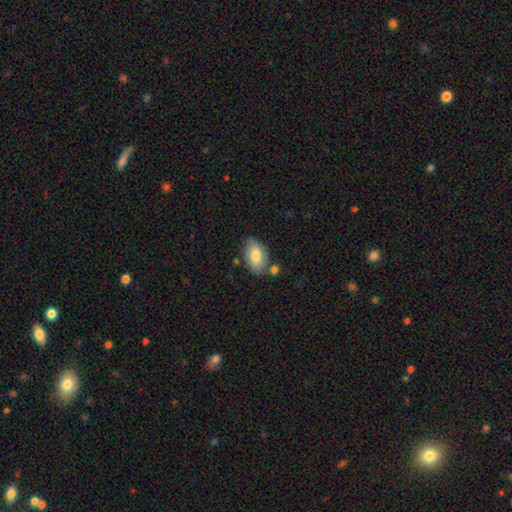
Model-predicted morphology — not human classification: smooth-or-featured: smooth: 78% | featured or disk: 16% | star or artifact: 7%
  how-rounded: in between: 93% | round: 5% | cigar-shaped: 2%
  merging: none: 70% | minor disturbance: 17% | merger: 9% | major disturbance: 4%